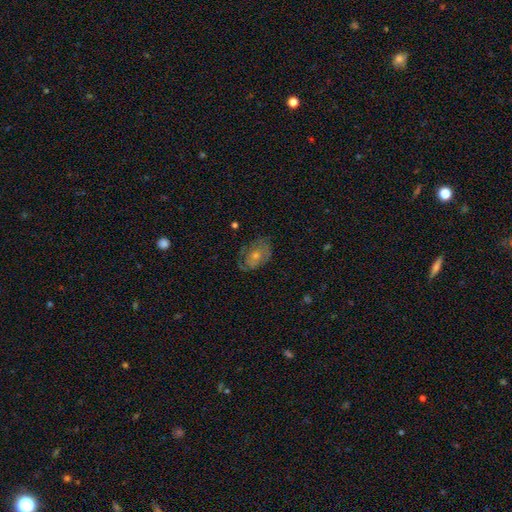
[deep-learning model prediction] Smooth or featured?
  - featured or disk: 53% *
  - smooth: 34%
  - star or artifact: 13%
Edge-on disk?
  - no: 94% *
  - yes: 6%
Bar?
  - no: 84% *
  - weak: 13%
  - strong: 3%
Spiral arms?
  - yes: 56% *
  - no: 44%
Bulge size?
  - moderate: 53% *
  - small: 41%
  - large: 3%
  - none: 2%
  - dominant: 1%
Merging?
  - none: 70% *
  - minor disturbance: 20%
  - major disturbance: 8%
  - merger: 1%